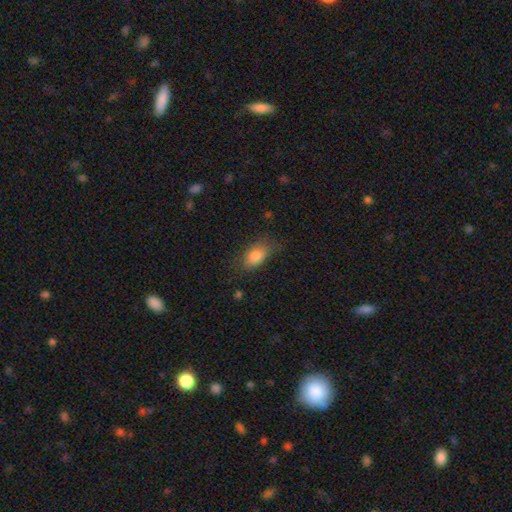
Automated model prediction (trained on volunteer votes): This is clearly a smooth galaxy (83%). How rounded: clearly in between (87%). Merging: likely none (69%).